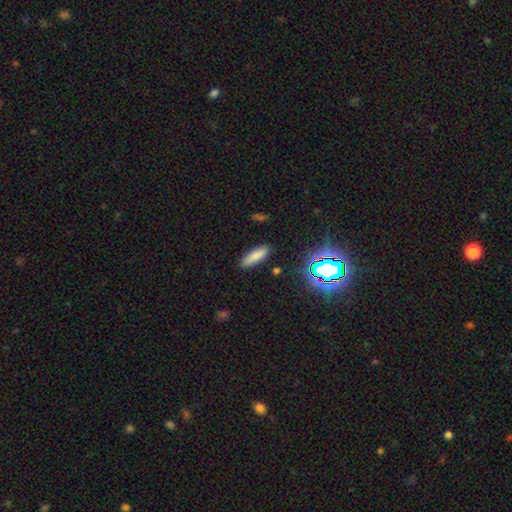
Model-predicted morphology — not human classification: smooth-or-featured: smooth: 78% | star or artifact: 13% | featured or disk: 9%
  how-rounded: cigar-shaped: 52% | in between: 45% | round: 2%
  merging: none: 86% | minor disturbance: 10% | major disturbance: 3% | merger: 2%